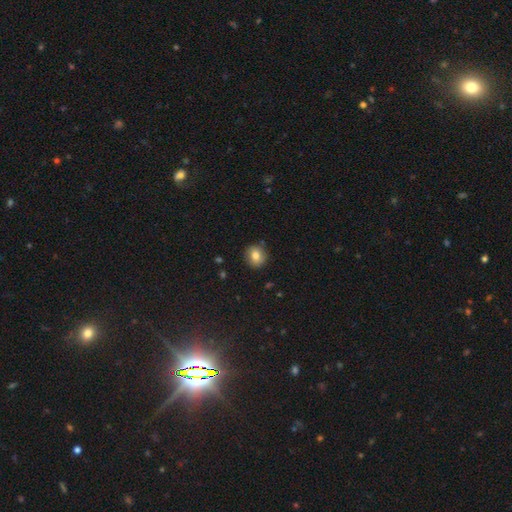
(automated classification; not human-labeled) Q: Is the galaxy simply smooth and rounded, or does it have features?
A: smooth — 79%.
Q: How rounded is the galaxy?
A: round — 83%.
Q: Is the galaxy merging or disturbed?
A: none — 87%.